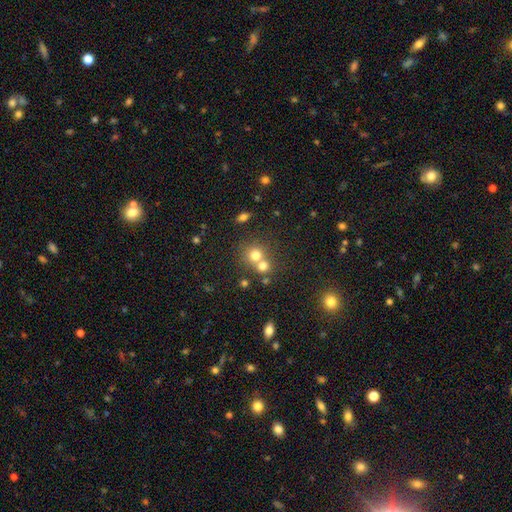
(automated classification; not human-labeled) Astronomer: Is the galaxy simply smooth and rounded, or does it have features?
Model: smooth — 73%.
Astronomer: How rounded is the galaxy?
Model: round — 84%.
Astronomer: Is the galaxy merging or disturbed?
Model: merger — 46% (runner-up: none, 45%).